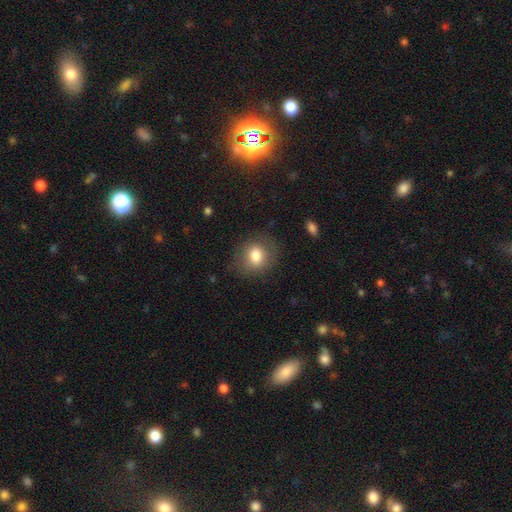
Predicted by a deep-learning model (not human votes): Smooth or featured? smooth (79%)
How rounded? round (62%)
Merging? none (79%)